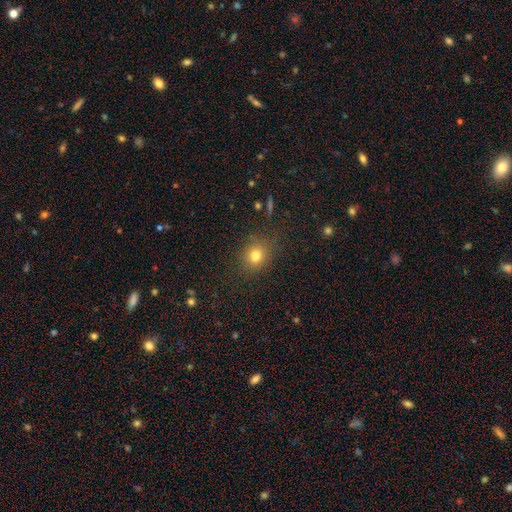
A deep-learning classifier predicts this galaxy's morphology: type=smooth (78%); roundness=round (67%); merging=none (82%).